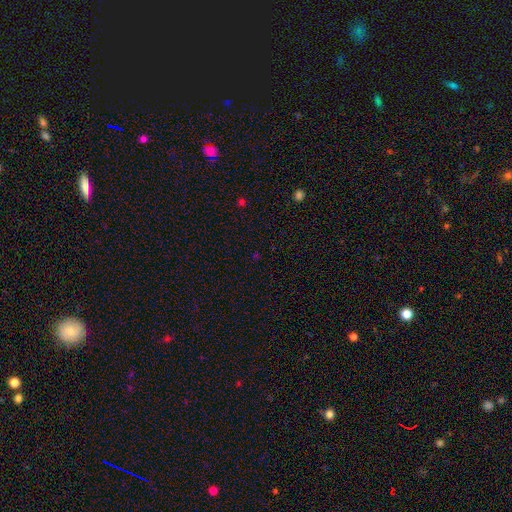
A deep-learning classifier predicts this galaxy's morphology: smooth-or-featured: star or artifact: 61% | smooth: 33% | featured or disk: 7%